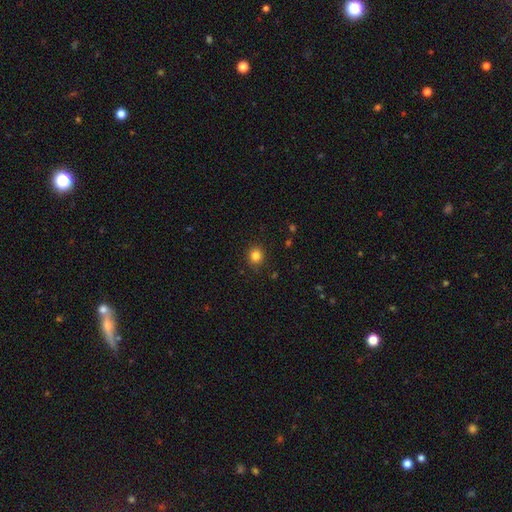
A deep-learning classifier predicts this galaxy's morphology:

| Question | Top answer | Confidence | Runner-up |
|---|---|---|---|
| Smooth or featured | smooth | 84% | star or artifact (12%) |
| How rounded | round | 86% | in between (13%) |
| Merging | none | 89% | minor disturbance (8%) |